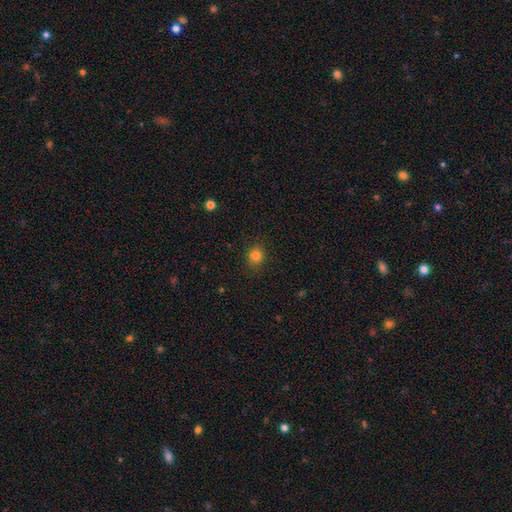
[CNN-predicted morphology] smooth 82%, star or artifact 13%, featured or disk 6%. Down the decision tree: how rounded — round (80%); merging — none (89%).